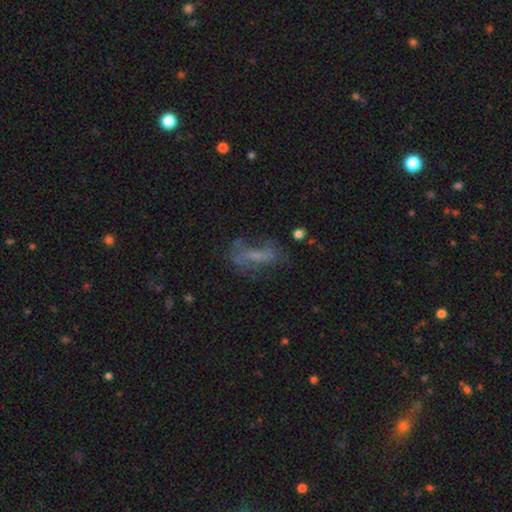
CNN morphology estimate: type=featured or disk (45%); merging=none (43%).